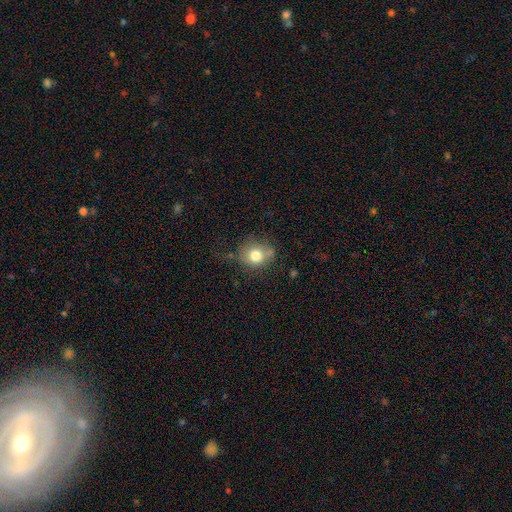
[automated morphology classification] smooth_or_featured: smooth (p=0.77) [alt: featured or disk p=0.12]
how_rounded: round (p=0.77) [alt: in between p=0.22]
merging: none (p=0.64) [alt: minor disturbance p=0.22]